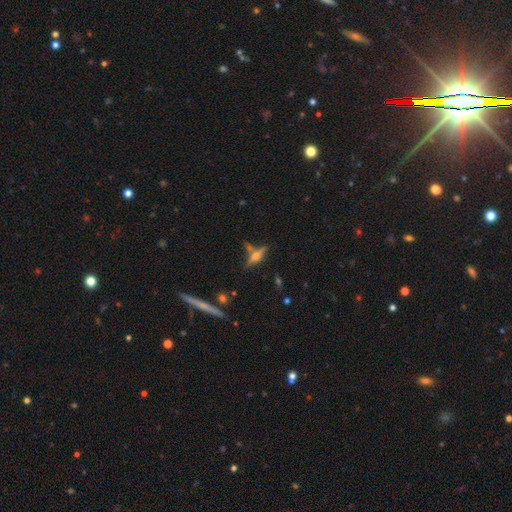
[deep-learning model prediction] This appears to be a featured or disk galaxy (57%) viewed edge-on (93%) with a rounded central bulge (82%). Merging: none (69%).